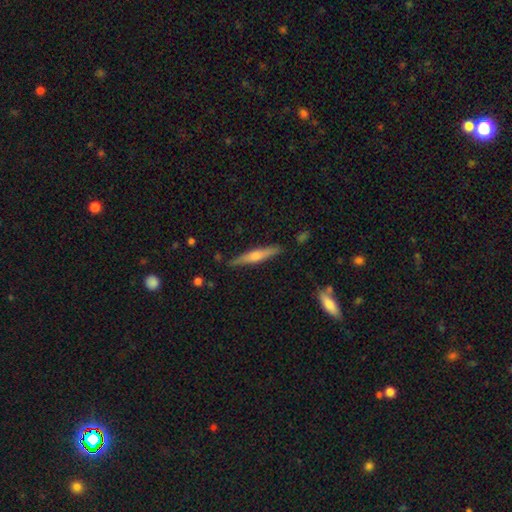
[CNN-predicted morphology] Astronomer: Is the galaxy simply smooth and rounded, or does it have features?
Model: featured or disk — 55% (runner-up: smooth, 39%).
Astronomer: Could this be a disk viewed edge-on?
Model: yes — 96%.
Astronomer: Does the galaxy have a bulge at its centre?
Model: rounded — 76%.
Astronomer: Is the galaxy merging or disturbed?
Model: none — 86%.